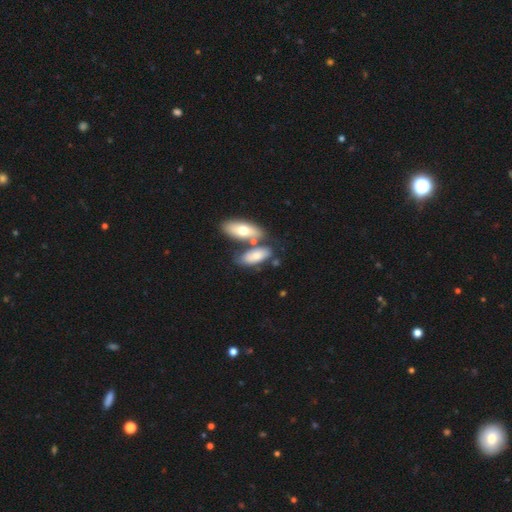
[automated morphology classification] A smooth galaxy with no disk features (70%) that is in between round and cigar-shaped (82%).

Vote fractions:
- Smooth or featured? smooth: 70% / featured or disk: 24% / star or artifact: 6%
- How rounded? in between: 82% / cigar-shaped: 15% / round: 3%
- Merging? none: 45% / merger: 37% / minor disturbance: 14% / major disturbance: 5%